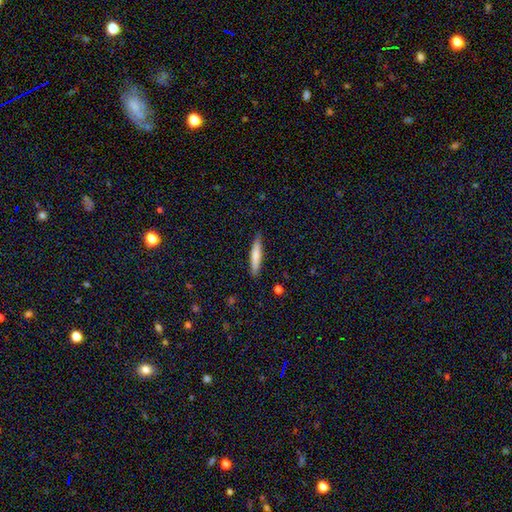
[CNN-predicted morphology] Smooth or featured?
  - smooth: 74% *
  - featured or disk: 20%
  - star or artifact: 6%
How rounded?
  - cigar-shaped: 91% *
  - in between: 8%
  - round: 1%
Merging?
  - none: 87% *
  - minor disturbance: 10%
  - major disturbance: 2%
  - merger: 1%